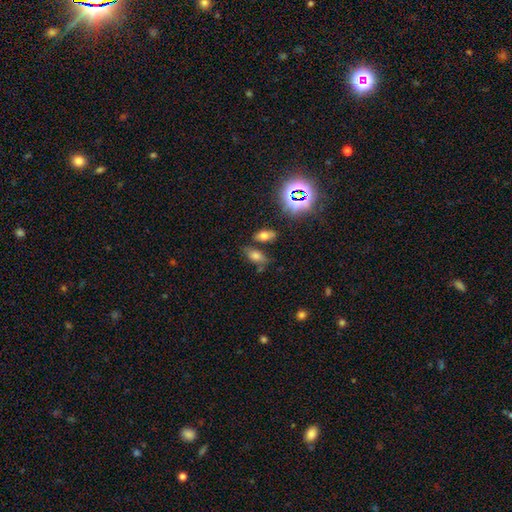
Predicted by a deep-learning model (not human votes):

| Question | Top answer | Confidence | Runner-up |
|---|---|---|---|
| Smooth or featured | smooth | 69% | star or artifact (18%) |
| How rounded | in between | 88% | round (6%) |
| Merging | none | 61% | minor disturbance (17%) |